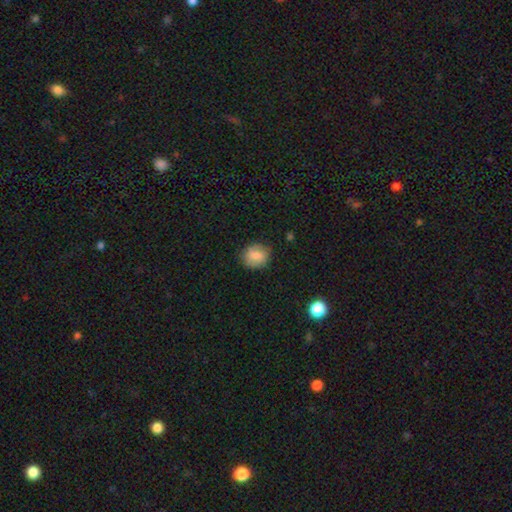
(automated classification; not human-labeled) This is likely a smooth galaxy (74%). How rounded: likely round (72%). Merging: likely none (80%).